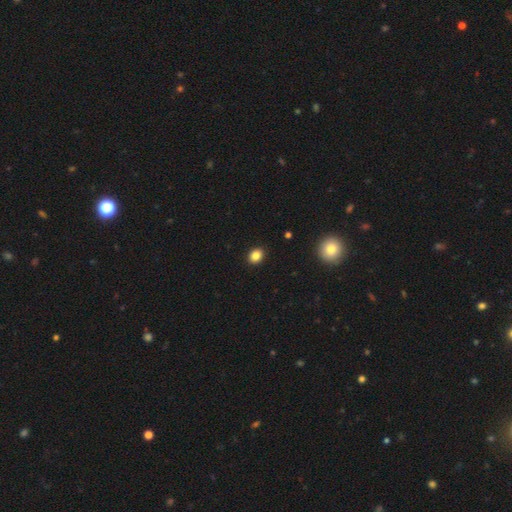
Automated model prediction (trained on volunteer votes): Overall: smooth (85%). How rounded: round (54%; in between 45%). Merging: none (91%).